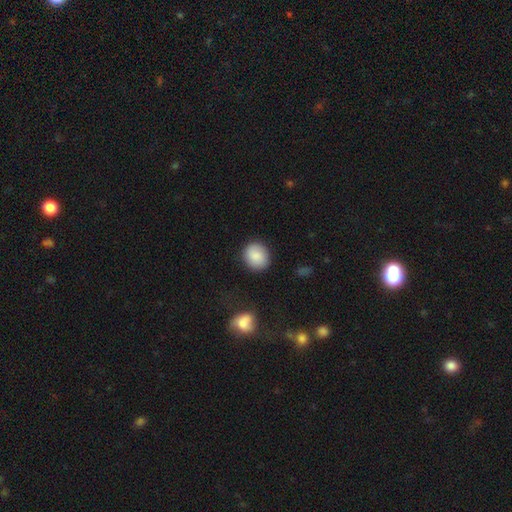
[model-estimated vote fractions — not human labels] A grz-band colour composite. It shows a smooth galaxy with no disk features (88%) that is round (79%). Merging: none (88%).